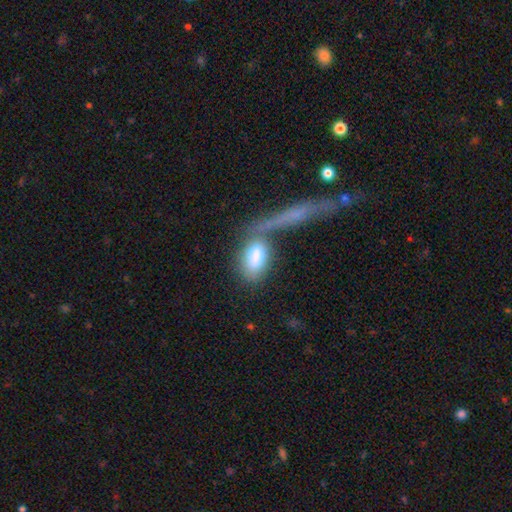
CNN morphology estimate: Smooth or featured: smooth — 80% (featured or disk — 13%)
How rounded: in between — 85% (round — 8%)
Merging: none — 42% (merger — 32%)